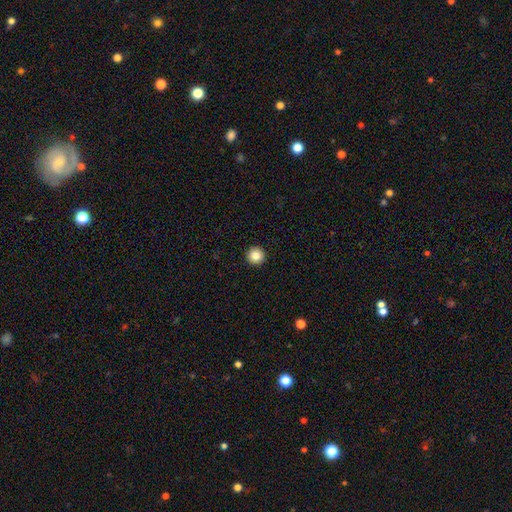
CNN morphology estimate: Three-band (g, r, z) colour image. It shows a smooth galaxy with no disk features (84%) that is round (96%). Merging: none (94%).